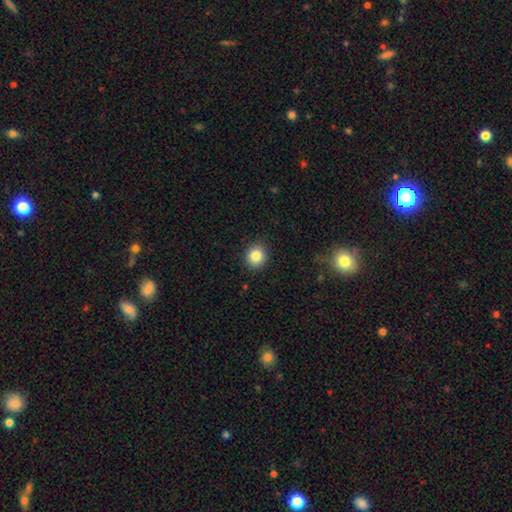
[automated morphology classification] Overall: smooth (85%). How rounded: round (81%). Merging: none (90%).